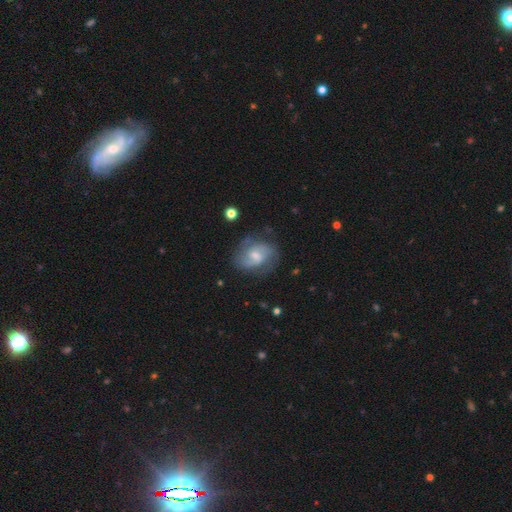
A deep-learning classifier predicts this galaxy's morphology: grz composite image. It shows a featured or disk galaxy (62%) with a weak bar (52%), spiral arms (83%) and a moderate central bulge (45%). Merging: none (61%).